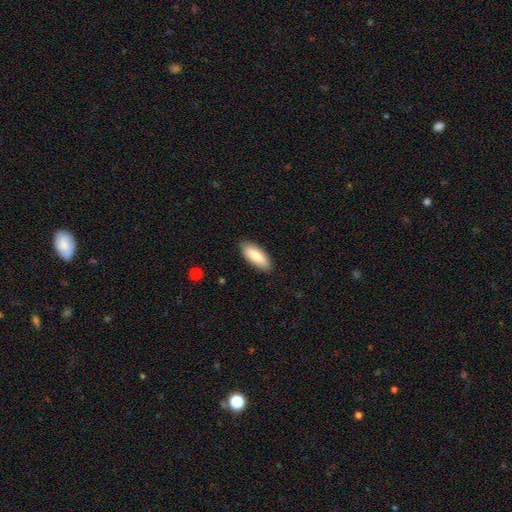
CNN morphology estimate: smooth-or-featured: smooth: 82% | featured or disk: 13% | star or artifact: 6%
  how-rounded: in between: 78% | cigar-shaped: 20% | round: 2%
  merging: none: 87% | minor disturbance: 10% | major disturbance: 2% | merger: 1%